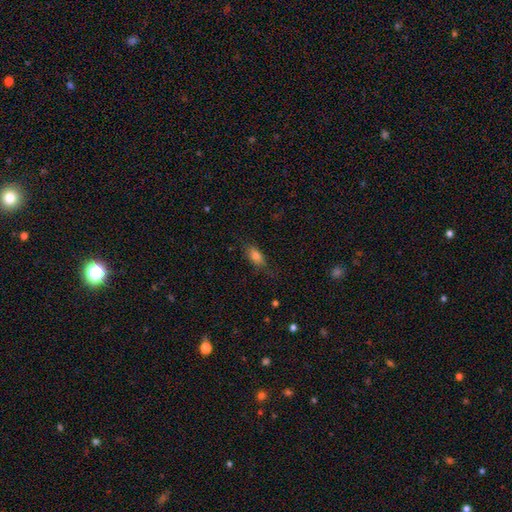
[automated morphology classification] This appears to be a smooth galaxy with no disk features (77%) that is in between round and cigar-shaped (80%). Merging: none (68%).